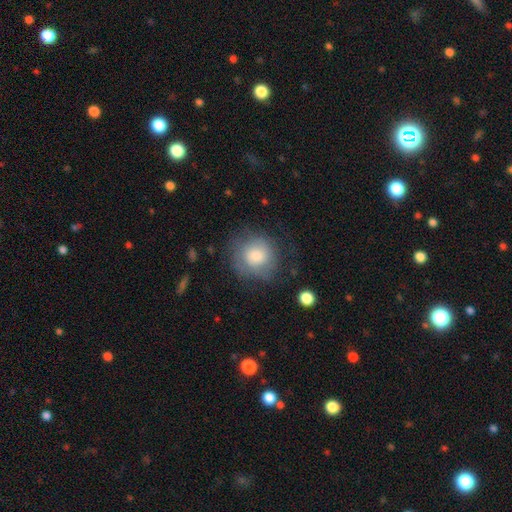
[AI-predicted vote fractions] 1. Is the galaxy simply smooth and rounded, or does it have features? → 70% smooth, 22% featured or disk, 9% star or artifact.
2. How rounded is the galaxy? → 84% round, 15% in between, 1% cigar-shaped.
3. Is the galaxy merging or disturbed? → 64% none, 22% minor disturbance, 12% major disturbance, 2% merger.